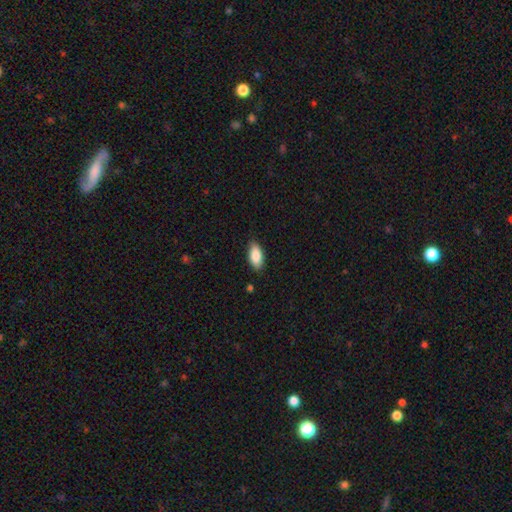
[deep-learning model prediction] Smooth or featured? smooth (87%)
How rounded? in between (91%)
Merging? none (85%)